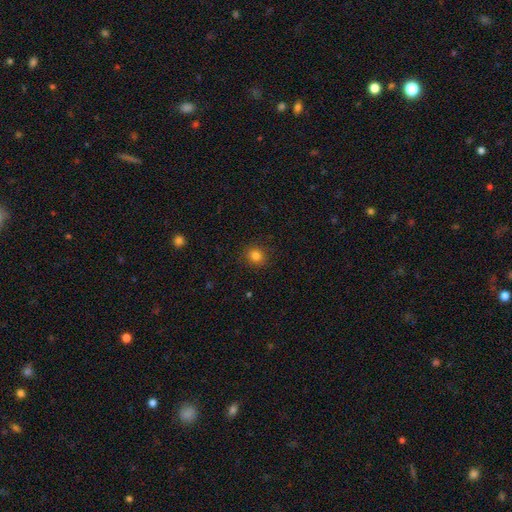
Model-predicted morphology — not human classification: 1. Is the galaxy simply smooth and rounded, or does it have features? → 82% smooth, 13% star or artifact, 6% featured or disk.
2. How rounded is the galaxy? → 81% round, 18% in between, 1% cigar-shaped.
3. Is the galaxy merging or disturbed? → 89% none, 8% minor disturbance, 2% major disturbance, 1% merger.